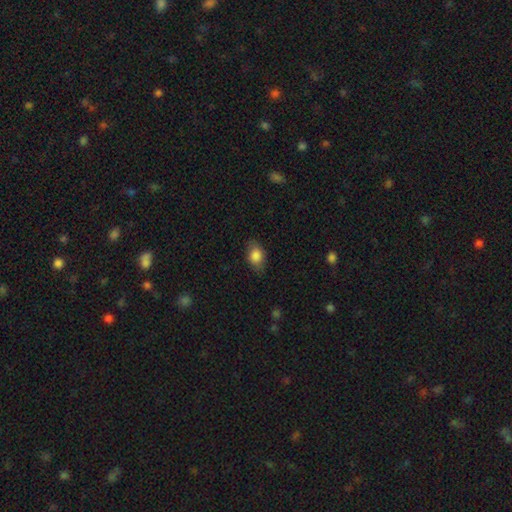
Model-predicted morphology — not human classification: smooth_or_featured: smooth (p=0.82) [alt: featured or disk p=0.10]
how_rounded: in between (p=0.78) [alt: round p=0.20]
merging: none (p=0.75) [alt: minor disturbance p=0.18]